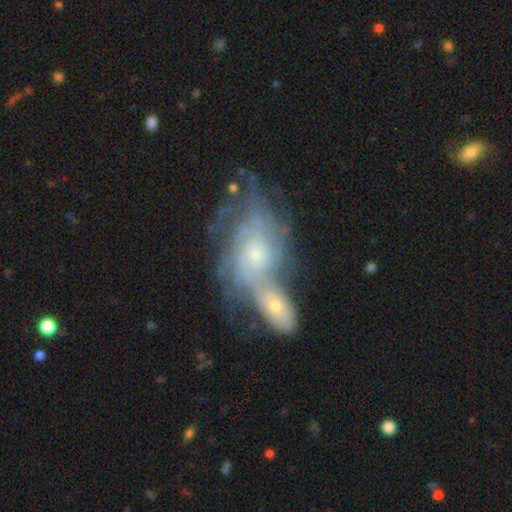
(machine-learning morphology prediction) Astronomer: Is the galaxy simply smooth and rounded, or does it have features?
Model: featured or disk — 69%.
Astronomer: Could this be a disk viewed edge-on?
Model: no — 93%.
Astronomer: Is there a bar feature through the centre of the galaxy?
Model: no — 69%.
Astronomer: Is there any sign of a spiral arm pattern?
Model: yes — 81%.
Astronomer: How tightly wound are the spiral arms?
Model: tight — 53% (runner-up: medium, 32%).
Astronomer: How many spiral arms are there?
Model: can't tell — 55%.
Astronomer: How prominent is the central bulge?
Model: small — 55% (runner-up: moderate, 36%).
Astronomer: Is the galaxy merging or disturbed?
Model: merger — 59%.